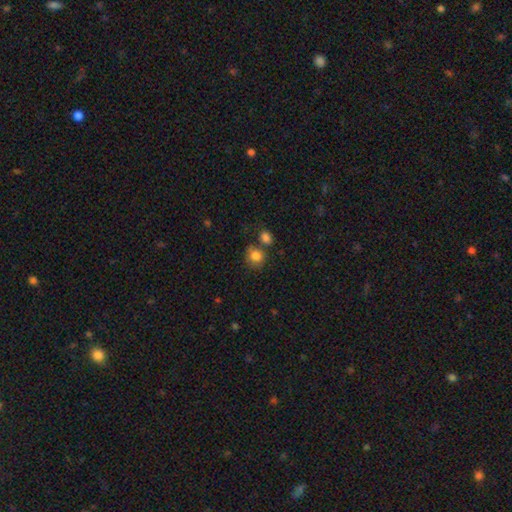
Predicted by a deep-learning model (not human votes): A smooth galaxy with no disk features (83%) that is round (79%). Merging: none (62%).